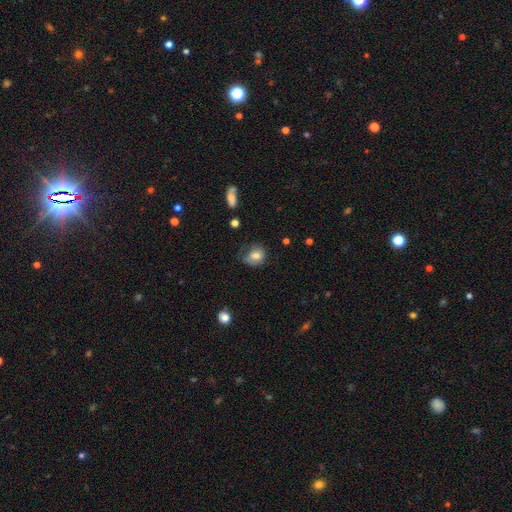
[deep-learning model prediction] Smooth or featured? smooth (75%)
How rounded? round (52%)
Merging? none (47%)